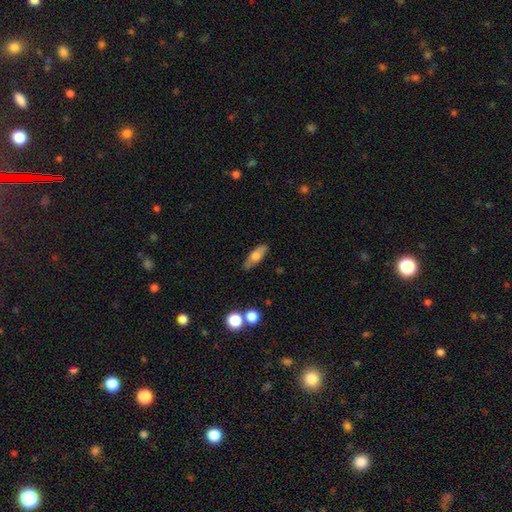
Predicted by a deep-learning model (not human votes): Smooth or featured?
  - smooth: 66% *
  - featured or disk: 27%
  - star or artifact: 7%
How rounded?
  - in between: 65% *
  - cigar-shaped: 31%
  - round: 3%
Merging?
  - none: 80% *
  - minor disturbance: 14%
  - merger: 3%
  - major disturbance: 3%